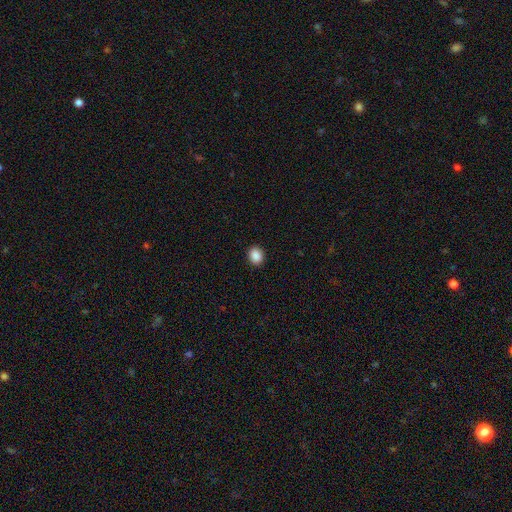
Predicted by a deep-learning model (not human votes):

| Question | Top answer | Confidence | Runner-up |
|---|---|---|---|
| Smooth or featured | smooth | 89% | star or artifact (9%) |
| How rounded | round | 56% | in between (43%) |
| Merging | none | 91% | minor disturbance (6%) |